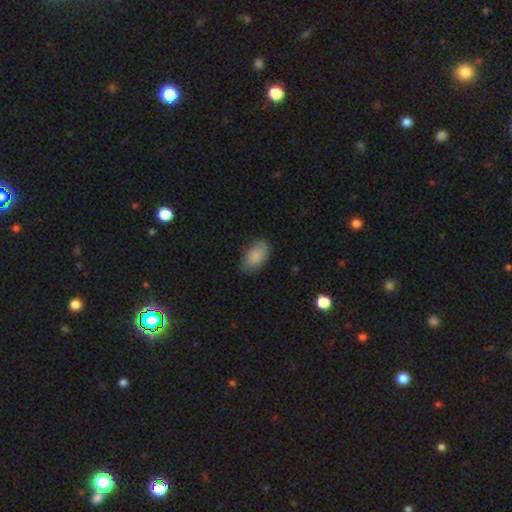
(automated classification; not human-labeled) A smooth galaxy with no disk features (84%) that is in between round and cigar-shaped (93%).

Vote fractions:
- Smooth or featured? smooth: 84% / featured or disk: 10% / star or artifact: 7%
- How rounded? in between: 93% / round: 5% / cigar-shaped: 2%
- Merging? none: 74% / minor disturbance: 20% / major disturbance: 5% / merger: 1%